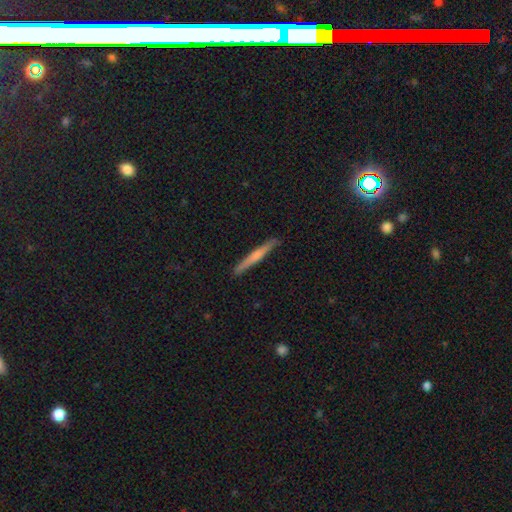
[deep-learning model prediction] This appears to be a smooth galaxy with no disk features (50%). Merging: none (91%).